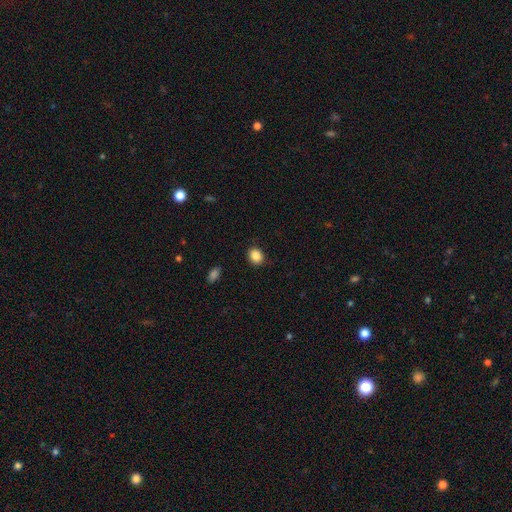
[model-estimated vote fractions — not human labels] Smooth or featured? smooth (87%)
How rounded? round (61%)
Merging? none (88%)